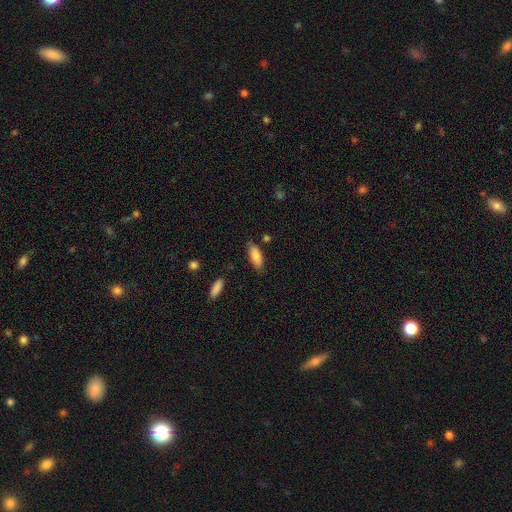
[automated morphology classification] Overall: smooth (80%). How rounded: in between (72%). Merging: none (80%).